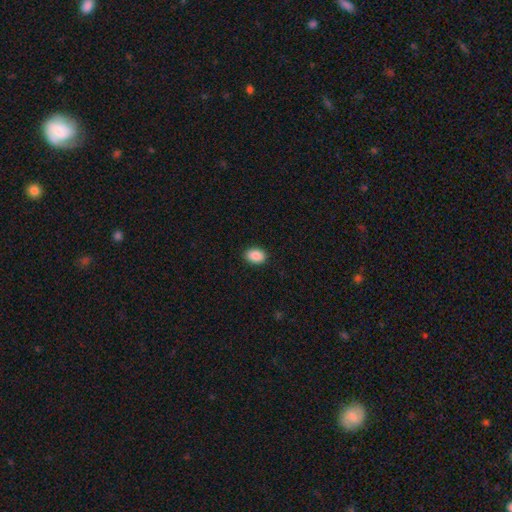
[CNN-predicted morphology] A smooth galaxy with no disk features (89%) that is in between round and cigar-shaped (77%). Merging: none (89%).